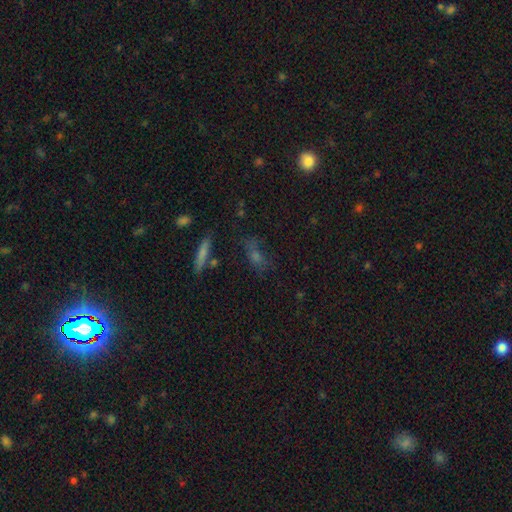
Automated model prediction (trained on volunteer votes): Morphology: type=smooth (47%); merging=none (66%).